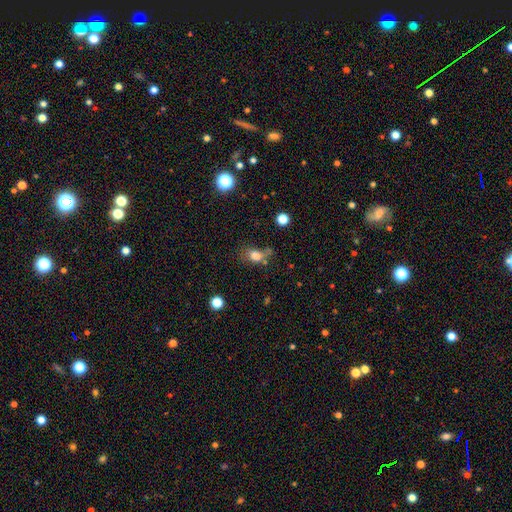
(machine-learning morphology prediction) A smooth galaxy with no disk features (75%) that is in between round and cigar-shaped (67%). Merging: none (37%).